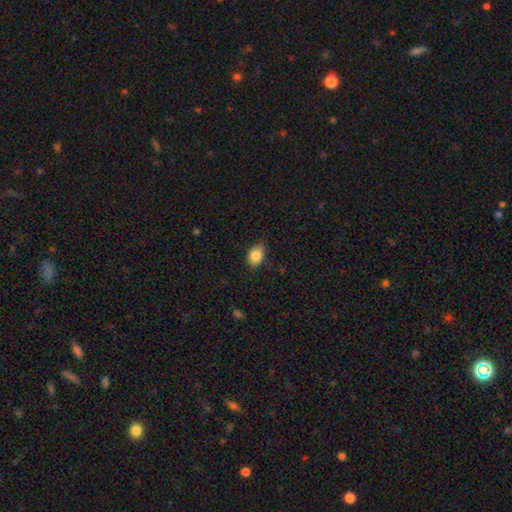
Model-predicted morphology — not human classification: The model was most divided on "merging": none: 77%, minor disturbance: 19%, major disturbance: 3%, merger: 1%. More confident: smooth or featured — smooth (85%); how rounded — in between (85%).